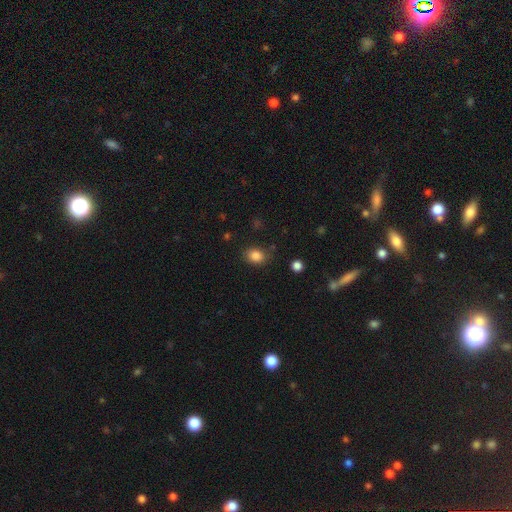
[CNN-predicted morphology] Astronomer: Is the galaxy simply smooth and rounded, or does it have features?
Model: smooth — 85%.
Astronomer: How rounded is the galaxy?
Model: in between — 55% (runner-up: round, 44%).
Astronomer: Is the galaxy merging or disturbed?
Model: none — 78%.